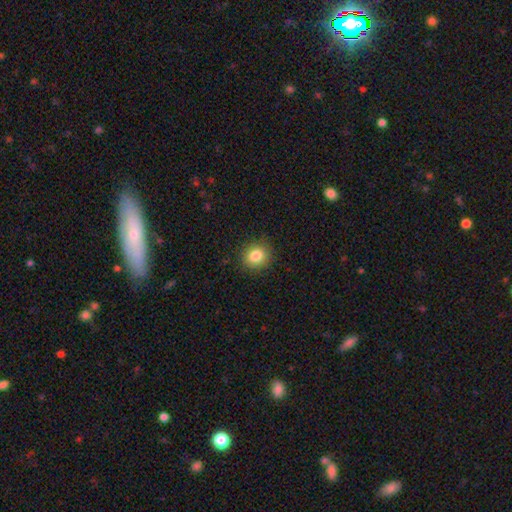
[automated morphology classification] A smooth galaxy with no disk features (84%) that is round (80%).

Vote fractions:
- Smooth or featured? smooth: 84% / star or artifact: 10% / featured or disk: 6%
- How rounded? round: 80% / in between: 19% / cigar-shaped: 1%
- Merging? none: 89% / minor disturbance: 8% / major disturbance: 2% / merger: 1%